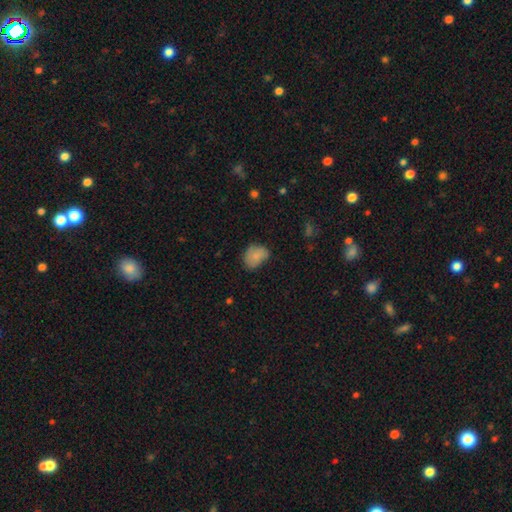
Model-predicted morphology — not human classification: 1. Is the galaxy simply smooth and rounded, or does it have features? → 80% smooth, 10% featured or disk, 9% star or artifact.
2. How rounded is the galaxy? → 66% in between, 33% round, 1% cigar-shaped.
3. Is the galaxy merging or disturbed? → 52% none, 36% minor disturbance, 9% major disturbance, 2% merger.